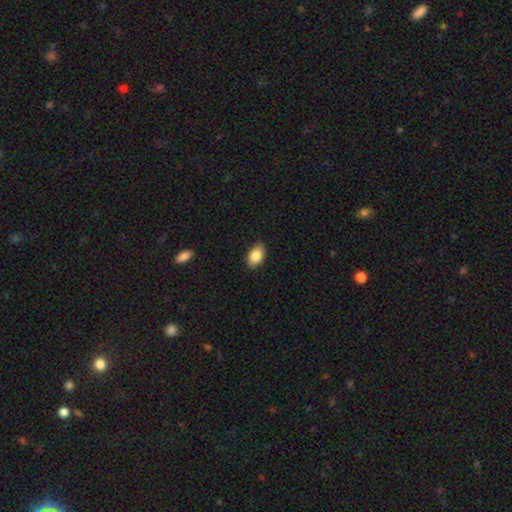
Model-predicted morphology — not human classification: A smooth galaxy with no disk features (87%) that is in between round and cigar-shaped (89%). Merging: none (87%).